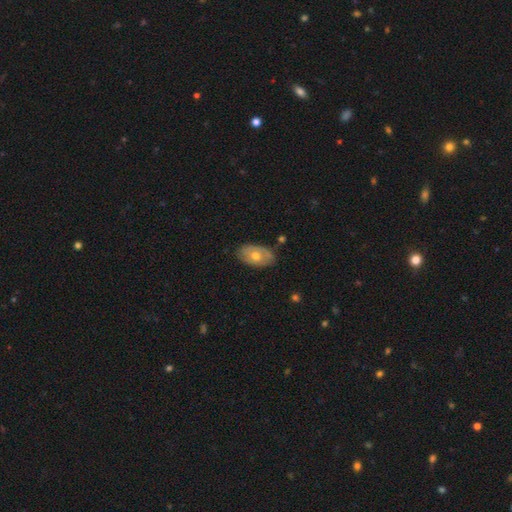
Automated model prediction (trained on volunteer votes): This appears to be a smooth galaxy with no disk features (49%). Merging: none (77%).